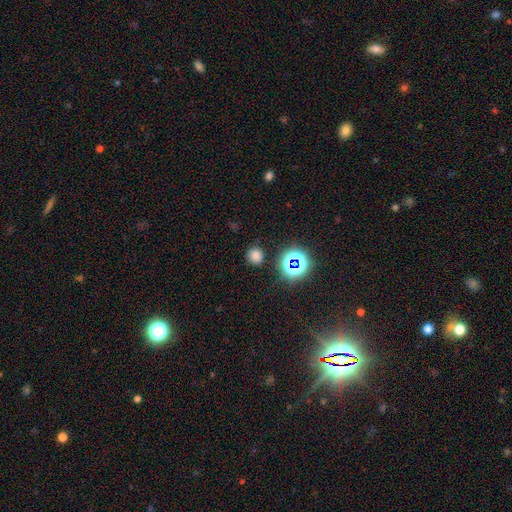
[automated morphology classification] smooth-or-featured: smooth: 70% | star or artifact: 25% | featured or disk: 6%
  how-rounded: round: 86% | in between: 13% | cigar-shaped: 1%
  merging: none: 82% | minor disturbance: 11% | major disturbance: 4% | merger: 3%